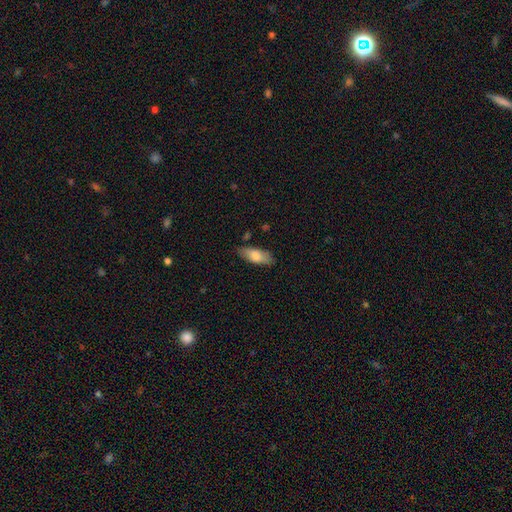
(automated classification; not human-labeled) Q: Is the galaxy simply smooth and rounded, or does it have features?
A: smooth — 77%.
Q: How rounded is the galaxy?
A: in between — 77%.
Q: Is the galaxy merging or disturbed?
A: none — 79%.